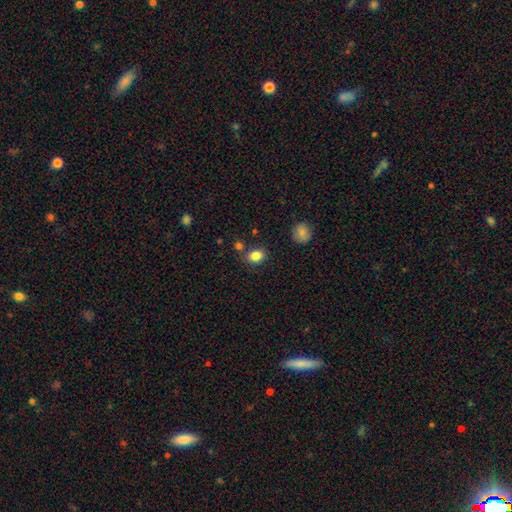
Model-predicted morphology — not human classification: smooth-or-featured: smooth: 84% | star or artifact: 10% | featured or disk: 6%
  how-rounded: in between: 56% | round: 43% | cigar-shaped: 1%
  merging: none: 78% | minor disturbance: 11% | merger: 8% | major disturbance: 3%